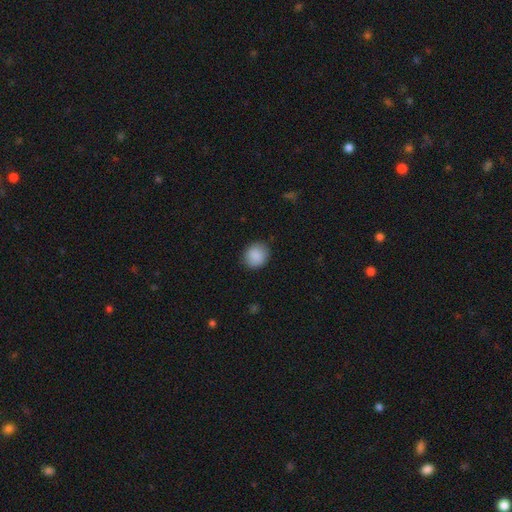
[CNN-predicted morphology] type=smooth (88%); roundness=round (75%); merging=none (87%).